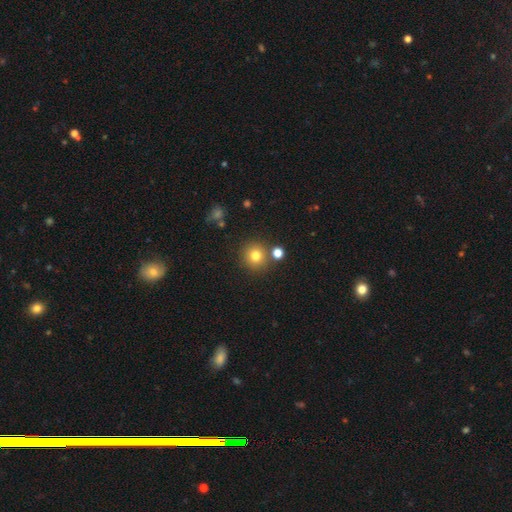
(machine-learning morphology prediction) This is likely a smooth galaxy (78%). How rounded: clearly round (92%). Merging: clearly none (80%).